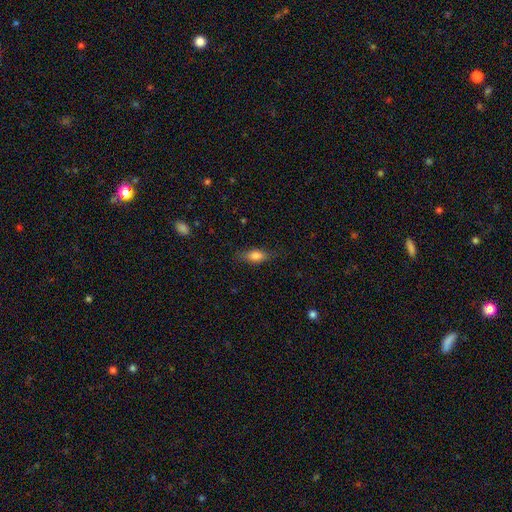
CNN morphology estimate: Smooth or featured?
  - smooth: 77% *
  - featured or disk: 15%
  - star or artifact: 8%
How rounded?
  - in between: 76% *
  - cigar-shaped: 20%
  - round: 4%
Merging?
  - none: 79% *
  - minor disturbance: 16%
  - major disturbance: 4%
  - merger: 1%